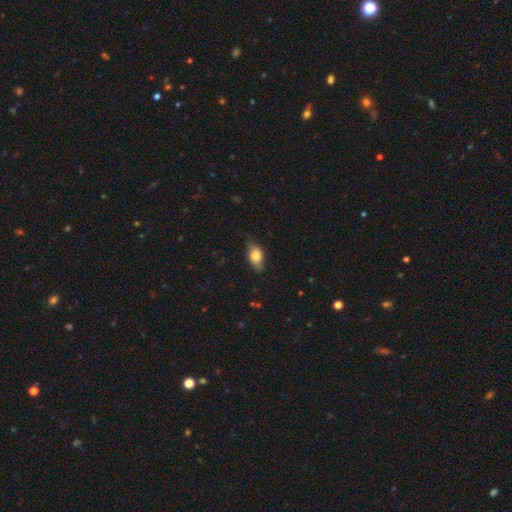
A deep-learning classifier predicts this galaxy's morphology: type=smooth (75%); roundness=in between (85%); merging=none (73%).